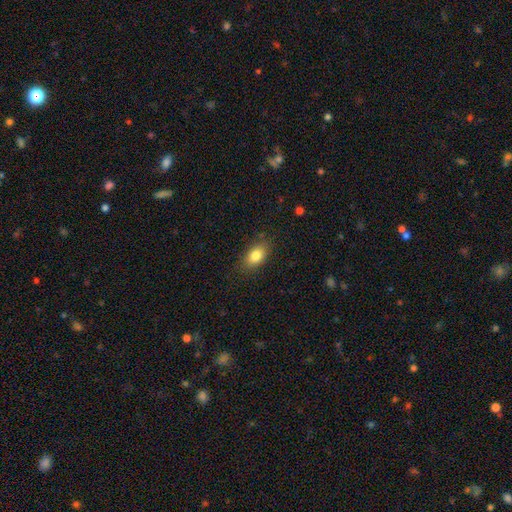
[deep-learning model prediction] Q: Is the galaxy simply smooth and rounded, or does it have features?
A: smooth — 82%.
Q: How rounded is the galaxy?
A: in between — 86%.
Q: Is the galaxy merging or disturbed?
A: none — 84%.